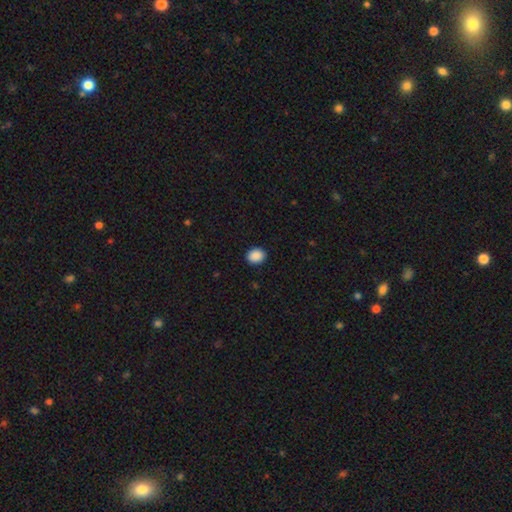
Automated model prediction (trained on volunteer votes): smooth-or-featured: smooth: 89% | star or artifact: 9% | featured or disk: 2%
  how-rounded: round: 61% | in between: 38% | cigar-shaped: 1%
  merging: none: 91% | minor disturbance: 6% | major disturbance: 2% | merger: 1%